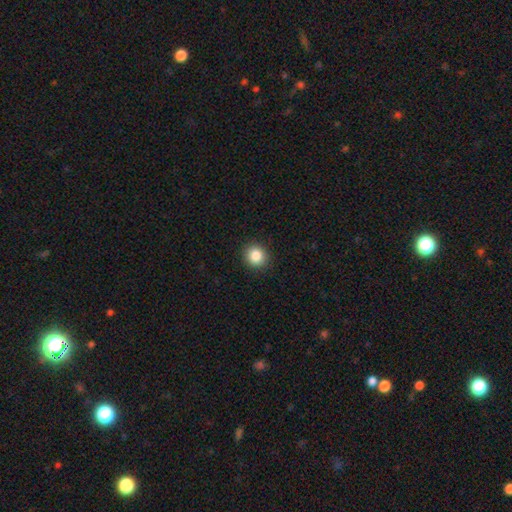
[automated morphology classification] The model was most divided on "smooth or featured": smooth: 85%, star or artifact: 10%, featured or disk: 5%. More confident: merging — none (92%); how rounded — round (89%).